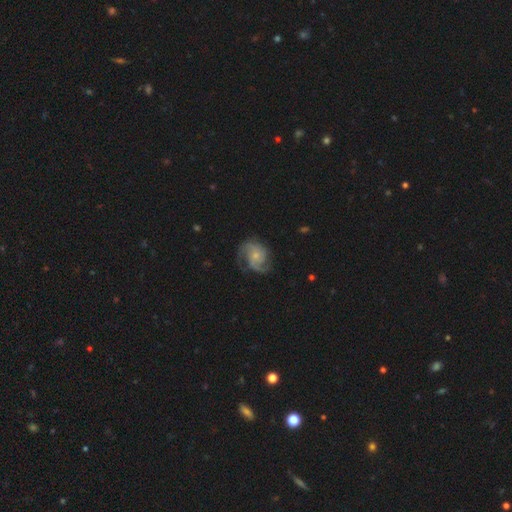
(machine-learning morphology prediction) type=featured or disk (84%); edge-on=no (98%); bar=no (71%); spiral arms=yes (96%); winding=medium (51%); arm count=2 (54%); bulge=small (65%); merging=none (66%).